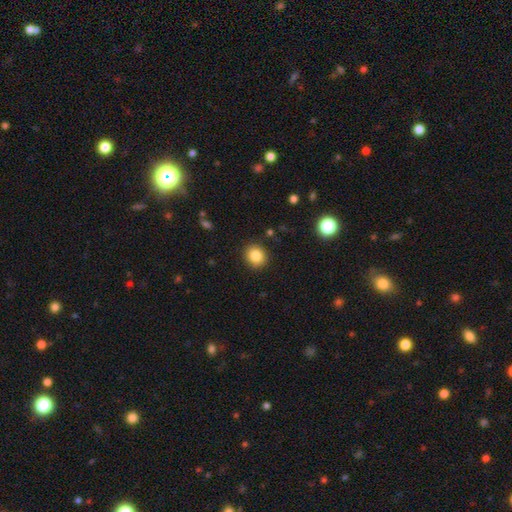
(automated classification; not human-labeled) A smooth galaxy with no disk features (84%) that is round (78%).

Vote fractions:
- Smooth or featured? smooth: 84% / star or artifact: 10% / featured or disk: 6%
- How rounded? round: 78% / in between: 21% / cigar-shaped: 1%
- Merging? none: 90% / minor disturbance: 7% / major disturbance: 2% / merger: 1%